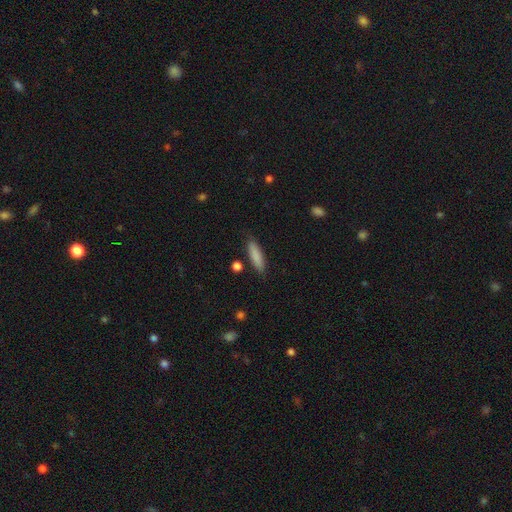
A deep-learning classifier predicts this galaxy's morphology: A smooth galaxy with no disk features (85%) that is cigar-shaped (67%). Merging: none (84%).